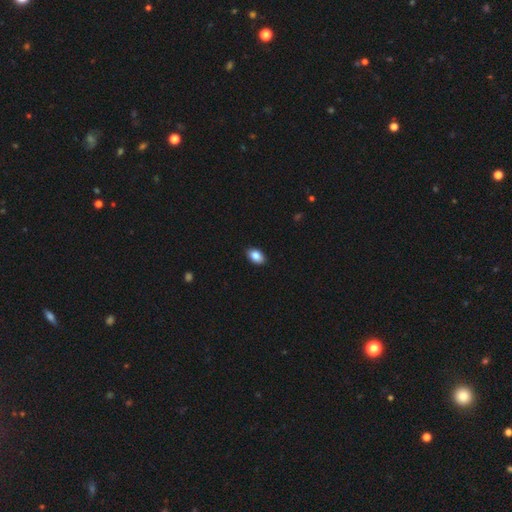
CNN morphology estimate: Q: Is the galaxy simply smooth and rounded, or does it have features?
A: smooth — 86%.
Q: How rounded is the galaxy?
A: in between — 89%.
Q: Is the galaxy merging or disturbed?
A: none — 90%.